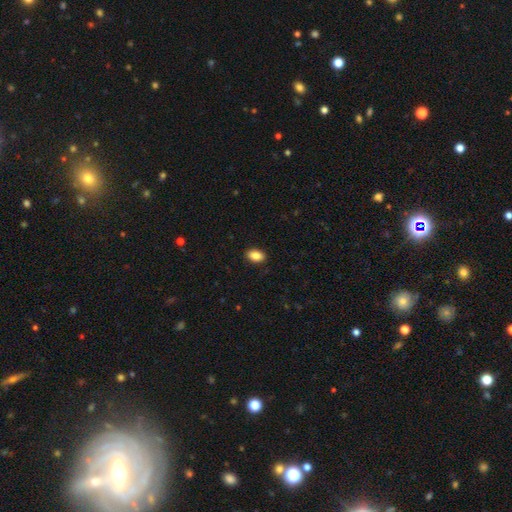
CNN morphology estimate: A smooth galaxy with no disk features (88%) that is in between round and cigar-shaped (88%).

Vote fractions:
- Smooth or featured? smooth: 88% / star or artifact: 8% / featured or disk: 4%
- How rounded? in between: 88% / round: 10% / cigar-shaped: 1%
- Merging? none: 89% / minor disturbance: 8% / major disturbance: 2% / merger: 1%